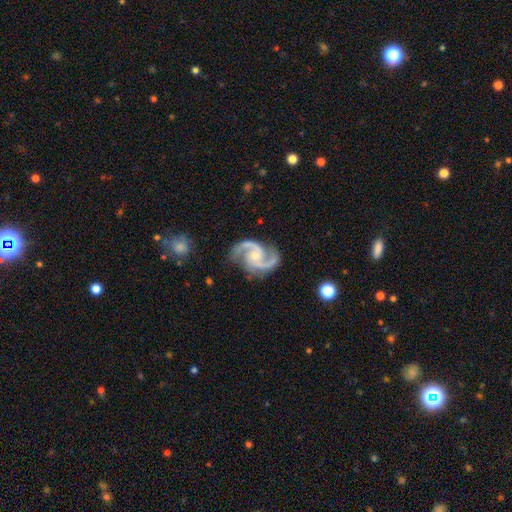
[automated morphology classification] Overall: featured or disk (94%). Edge-on disk: no (98%). Bar: no (60%; weak 32%). Spiral arms: yes (99%). Spiral arm count: 2 (93%). Spiral winding: medium (65%). Bulge size: small (59%; moderate 35%). Merging: none (79%).